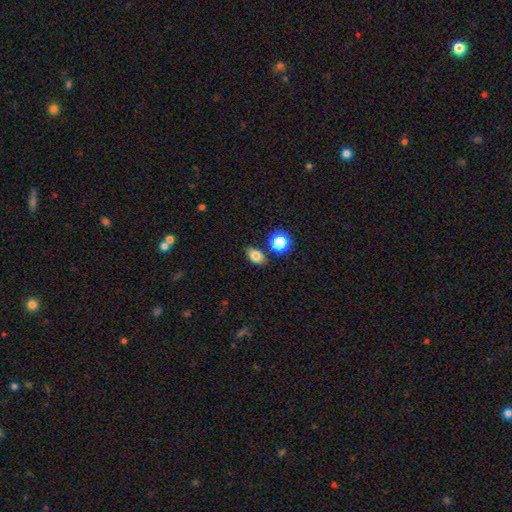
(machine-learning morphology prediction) Q: Smooth or featured?
A: smooth (81%); runner-up: star or artifact (11%)
Q: How rounded?
A: in between (79%); runner-up: round (18%)
Q: Merging?
A: none (78%); runner-up: minor disturbance (11%)